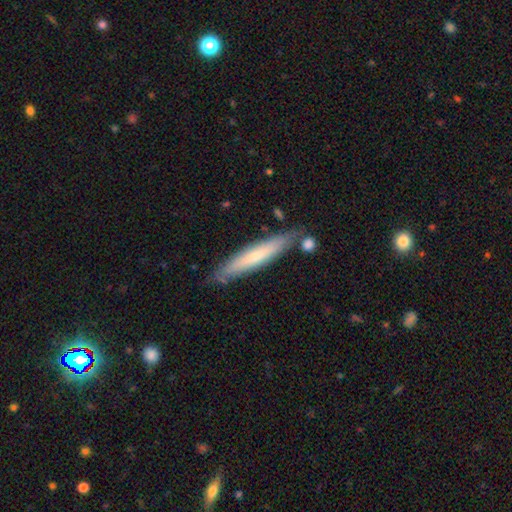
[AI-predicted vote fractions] Smooth or featured: smooth — 54% (featured or disk — 40%)
How rounded: cigar-shaped — 90% (in between — 8%)
Merging: none — 78% (minor disturbance — 14%)